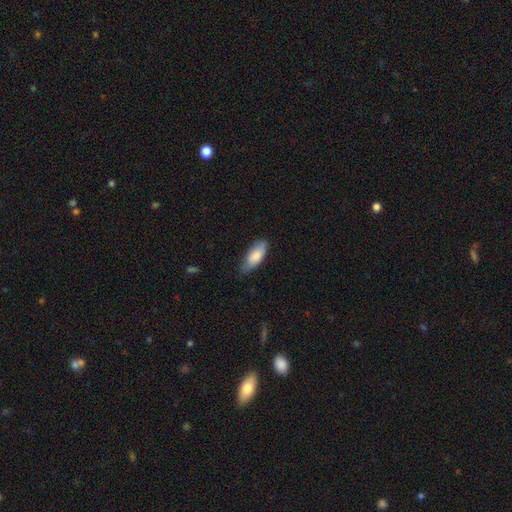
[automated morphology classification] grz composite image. It shows a smooth galaxy with no disk features (82%) that is in between round and cigar-shaped (81%). Merging: none (67%).